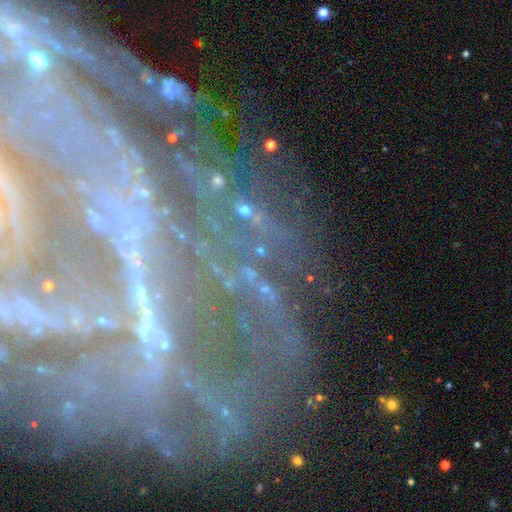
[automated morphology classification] A featured or disk galaxy (66%) with a strong bar (43%), spiral arms (73%) and a small central bulge (43%). Merging: none (61%).